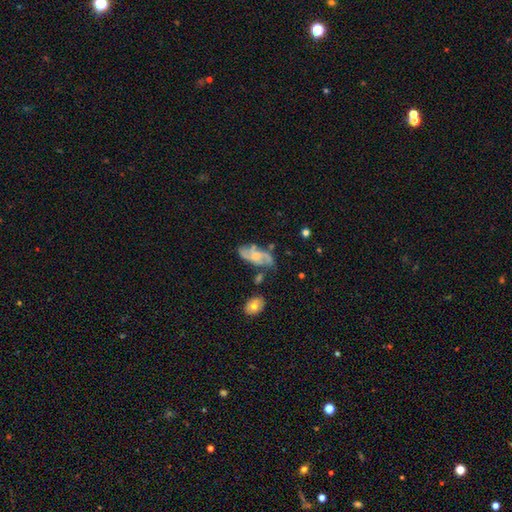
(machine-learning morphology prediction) This appears to be a featured or disk galaxy (72%) with no bar (63%), 2 (60%) medium (47%) spiral arms (89%) and a small central bulge (48%). Merging: none (56%).